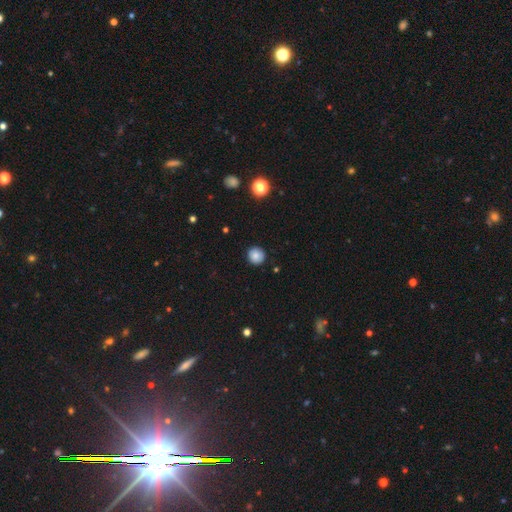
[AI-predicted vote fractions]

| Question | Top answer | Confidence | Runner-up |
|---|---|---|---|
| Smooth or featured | smooth | 84% | star or artifact (10%) |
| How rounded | round | 93% | in between (6%) |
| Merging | none | 91% | minor disturbance (6%) |